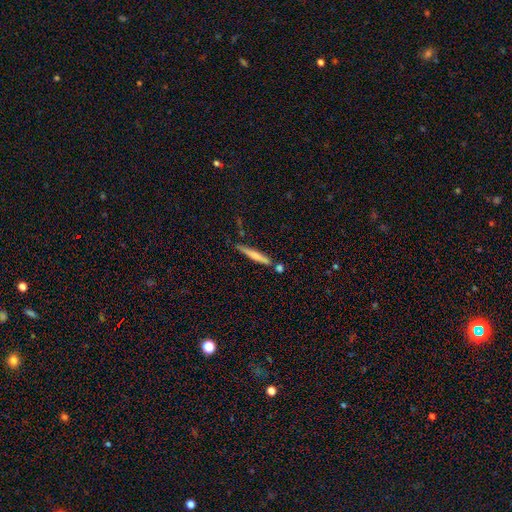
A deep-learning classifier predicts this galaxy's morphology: type=smooth (60%); roundness=cigar-shaped (94%); merging=none (70%).